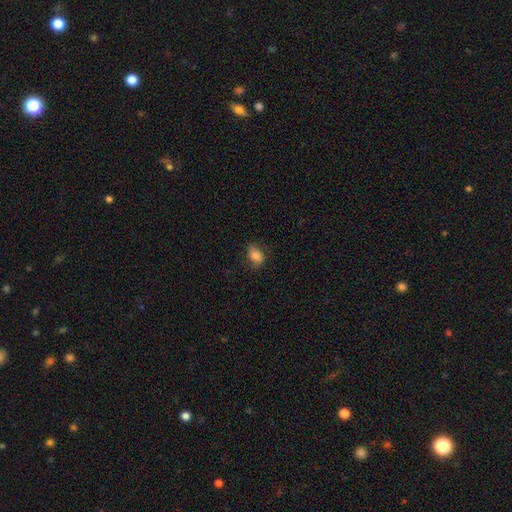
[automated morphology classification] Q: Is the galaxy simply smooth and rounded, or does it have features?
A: smooth — 79%.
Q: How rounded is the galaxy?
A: in between — 76%.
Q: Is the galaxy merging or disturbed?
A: none — 64%.